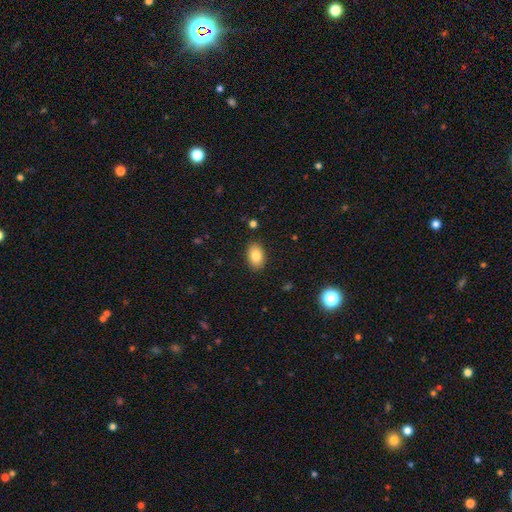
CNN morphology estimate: Smooth or featured? Predicted: smooth (p=0.84). How rounded? Predicted: in between (p=0.89). Merging? Predicted: none (p=0.88).